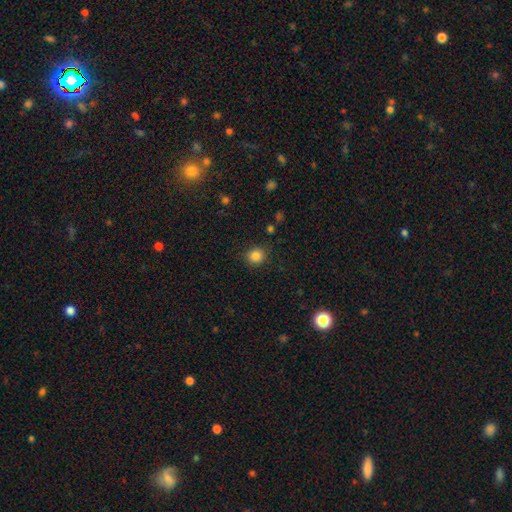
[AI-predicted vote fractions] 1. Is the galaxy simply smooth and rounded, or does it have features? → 85% smooth, 11% star or artifact, 4% featured or disk.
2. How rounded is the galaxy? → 86% round, 13% in between, 1% cigar-shaped.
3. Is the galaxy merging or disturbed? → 87% none, 8% minor disturbance, 3% major disturbance, 1% merger.